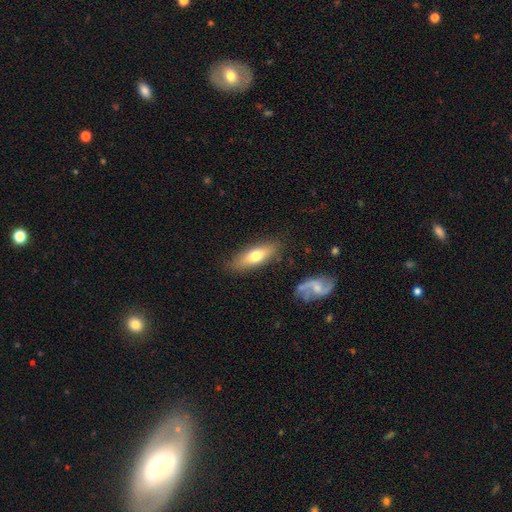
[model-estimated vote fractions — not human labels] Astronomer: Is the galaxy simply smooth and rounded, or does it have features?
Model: smooth — 64%.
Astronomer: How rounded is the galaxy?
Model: in between — 56% (runner-up: cigar-shaped, 41%).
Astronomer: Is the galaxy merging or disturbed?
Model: none — 81%.